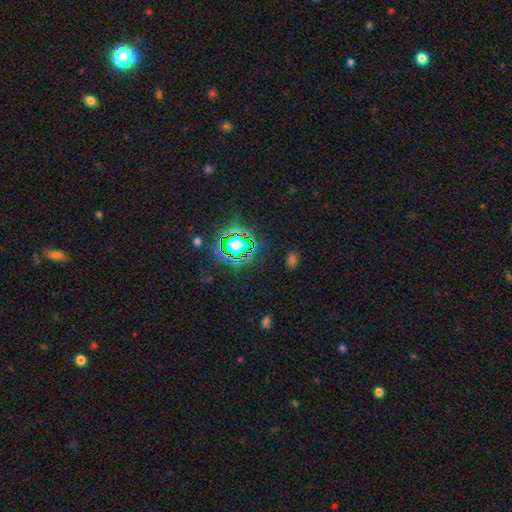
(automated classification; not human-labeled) Smooth or featured?
  - star or artifact: 78% *
  - smooth: 15%
  - featured or disk: 7%